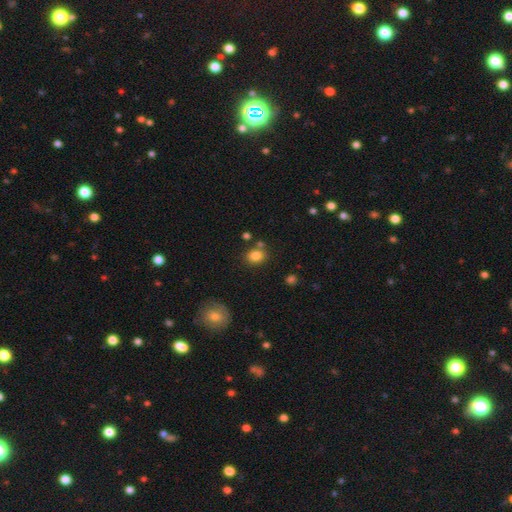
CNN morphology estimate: Q: Smooth or featured?
A: smooth (83%); runner-up: star or artifact (11%)
Q: How rounded?
A: in between (51%); runner-up: round (48%)
Q: Merging?
A: none (73%); runner-up: minor disturbance (12%)